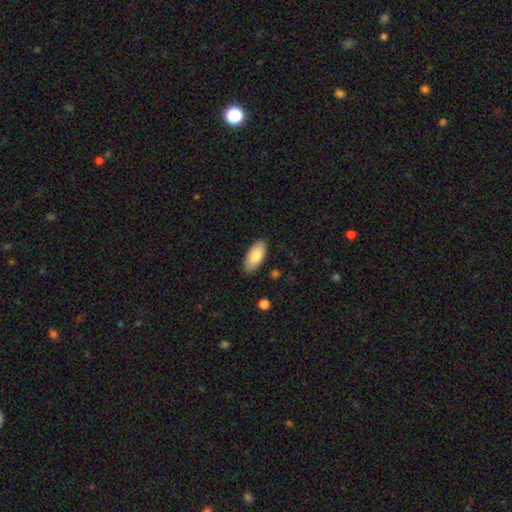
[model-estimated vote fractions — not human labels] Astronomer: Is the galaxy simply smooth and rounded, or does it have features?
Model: smooth — 86%.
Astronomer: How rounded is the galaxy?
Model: in between — 92%.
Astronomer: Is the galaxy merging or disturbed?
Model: none — 85%.